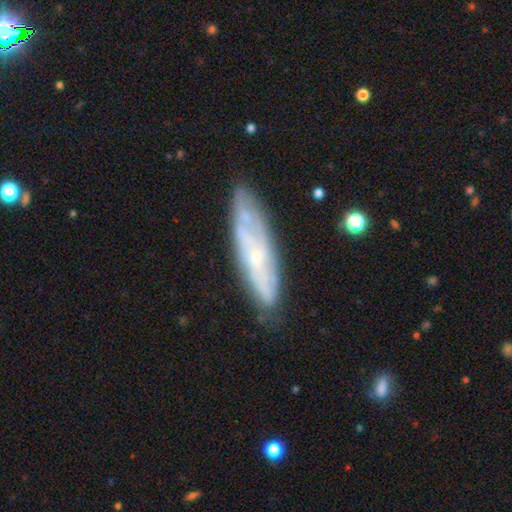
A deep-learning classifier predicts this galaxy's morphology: A featured or disk galaxy (59%).

Vote fractions:
- Smooth or featured? featured or disk: 59% / smooth: 33% / star or artifact: 8%
- Edge-on disk? no: 59% / yes: 41%
- Merging? none: 77% / minor disturbance: 16% / major disturbance: 4% / merger: 2%